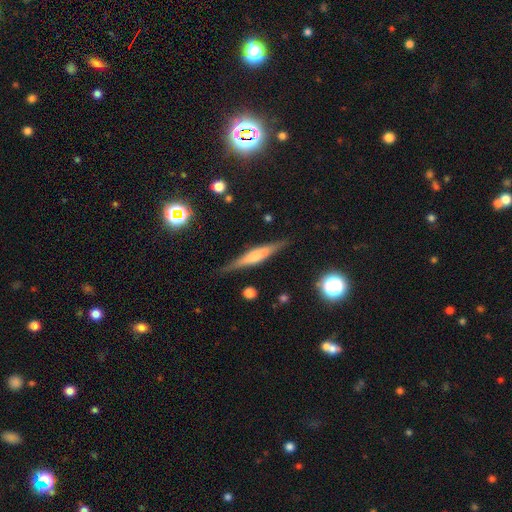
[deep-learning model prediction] The model was most divided on "edge-on bulge": rounded: 48%, boxy: 36%, none: 16%. More confident: edge-on disk — yes (96%); merging — none (85%); smooth or featured — featured or disk (60%).